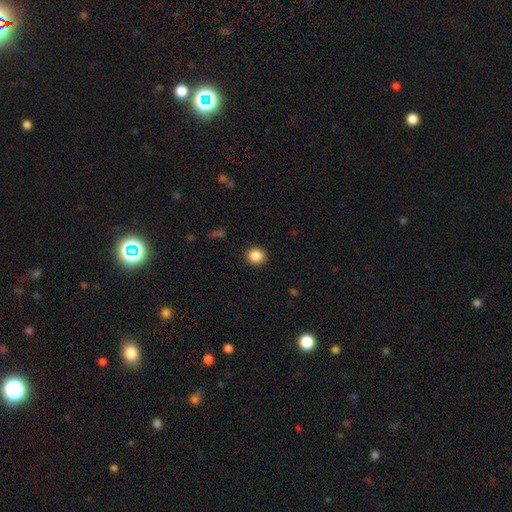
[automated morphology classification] The model was most divided on "how rounded": round: 86%, in between: 13%, cigar-shaped: 1%. More confident: merging — none (91%); smooth or featured — smooth (86%).